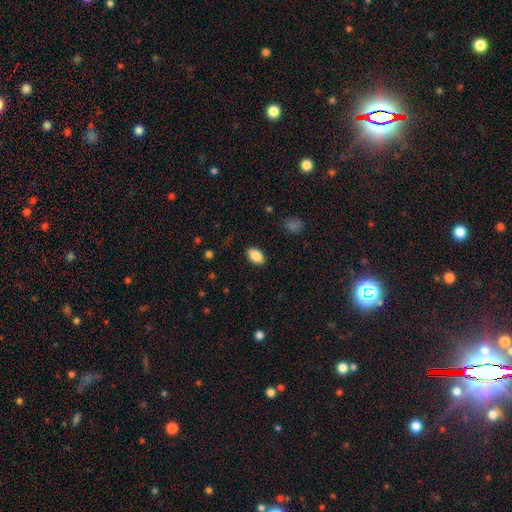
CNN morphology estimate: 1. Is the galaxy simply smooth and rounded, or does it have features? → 88% smooth, 7% star or artifact, 5% featured or disk.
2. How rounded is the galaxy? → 93% in between, 5% round, 2% cigar-shaped.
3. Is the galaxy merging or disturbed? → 87% none, 9% minor disturbance, 2% major disturbance, 1% merger.